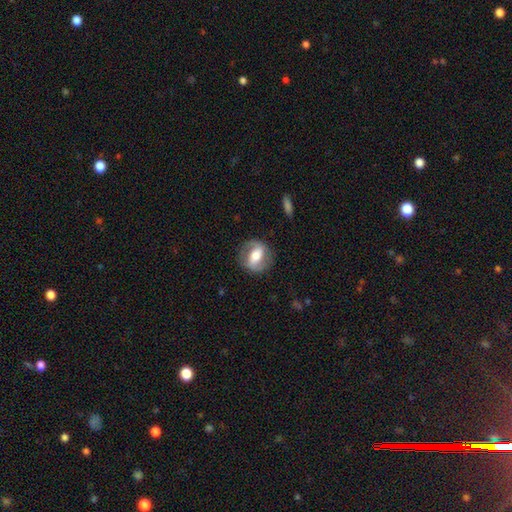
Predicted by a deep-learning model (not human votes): Overall: featured or disk (63%; smooth 31%). Edge-on disk: no (94%). Bar: strong (48%; weak 32%). Spiral arms: yes (72%). Bulge size: moderate (62%). Merging: none (81%).